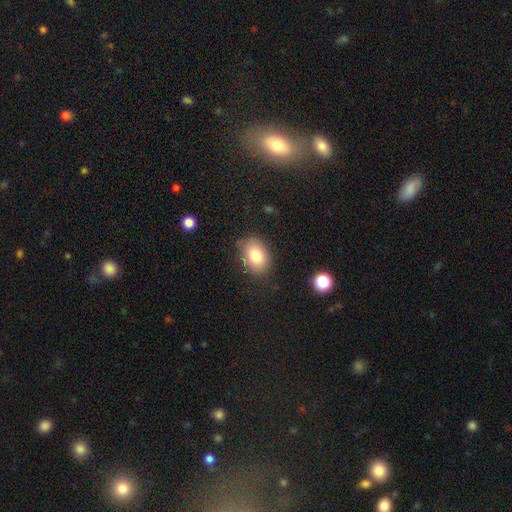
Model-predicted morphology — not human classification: A smooth galaxy with no disk features (81%) that is in between round and cigar-shaped (74%). Merging: none (80%).